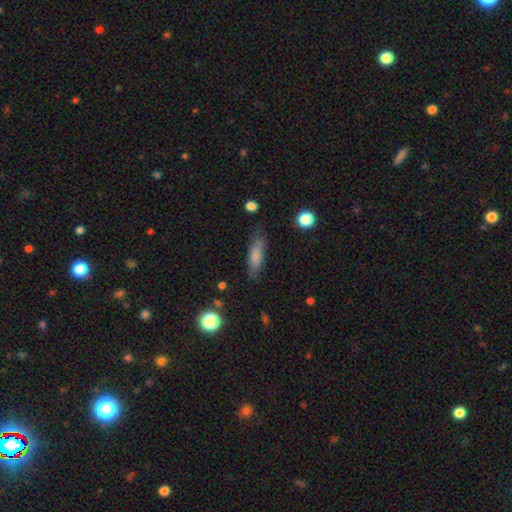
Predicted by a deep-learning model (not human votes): smooth 75%, featured or disk 18%, star or artifact 7%. Down the decision tree: how rounded — cigar-shaped (54%); merging — none (72%).